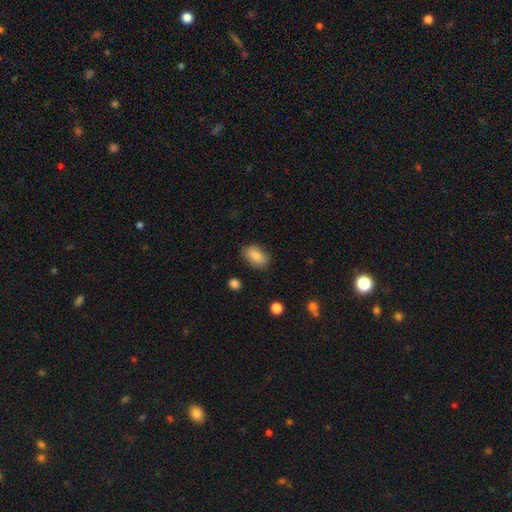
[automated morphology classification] Smooth or featured: smooth — 82% (featured or disk — 11%)
How rounded: in between — 89% (round — 8%)
Merging: none — 78% (minor disturbance — 16%)